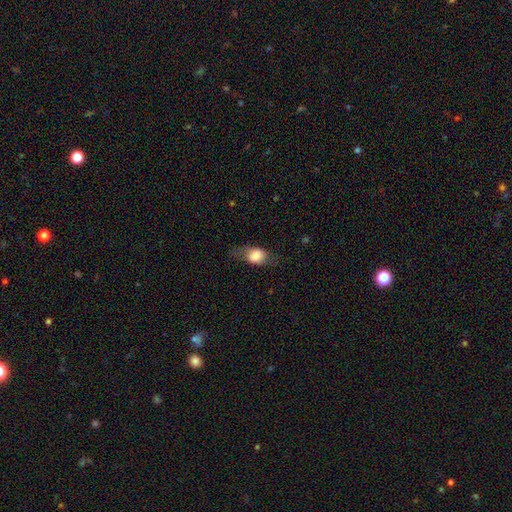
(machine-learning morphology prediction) Overall: smooth (71%). How rounded: in between (69%). Merging: none (62%; minor disturbance 23%).